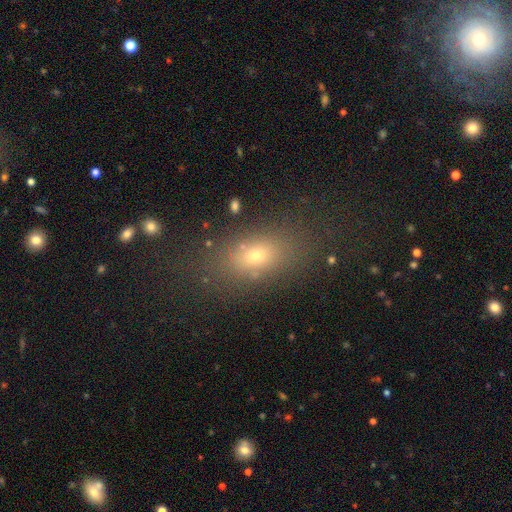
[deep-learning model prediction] This is likely a smooth galaxy (72%). How rounded: clearly in between (80%). Merging: likely none (77%).